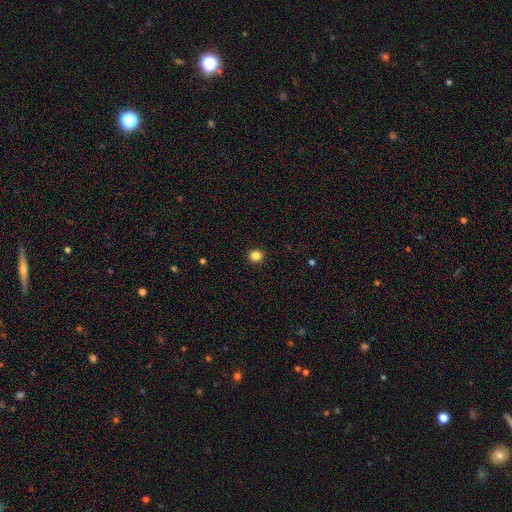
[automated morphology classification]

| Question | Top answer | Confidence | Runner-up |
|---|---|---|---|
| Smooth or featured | smooth | 84% | star or artifact (12%) |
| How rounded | round | 86% | in between (13%) |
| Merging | none | 92% | minor disturbance (5%) |